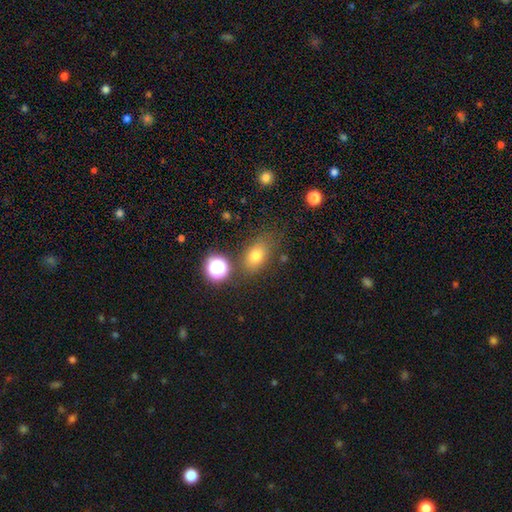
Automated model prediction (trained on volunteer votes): Smooth or featured?
  - smooth: 75% *
  - star or artifact: 15%
  - featured or disk: 10%
How rounded?
  - in between: 72% *
  - round: 25%
  - cigar-shaped: 3%
Merging?
  - none: 72% *
  - minor disturbance: 16%
  - merger: 6%
  - major disturbance: 6%